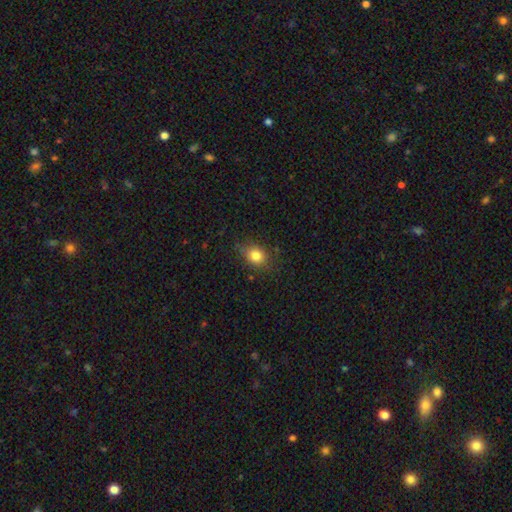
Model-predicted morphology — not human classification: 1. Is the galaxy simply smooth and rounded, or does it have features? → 82% smooth, 11% star or artifact, 7% featured or disk.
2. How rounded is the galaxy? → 51% round, 48% in between, 1% cigar-shaped.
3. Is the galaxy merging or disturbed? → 77% none, 18% minor disturbance, 4% major disturbance, 2% merger.